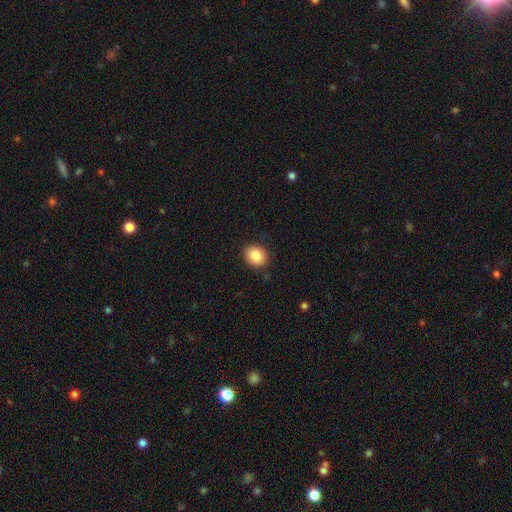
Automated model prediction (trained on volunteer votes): Smooth or featured? smooth (85%)
How rounded? round (60%)
Merging? none (88%)